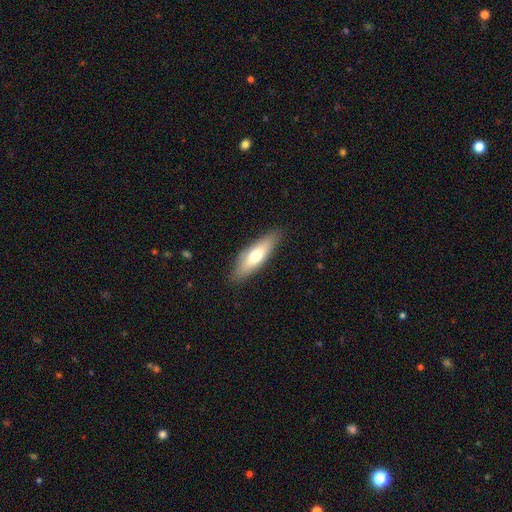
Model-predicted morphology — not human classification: A smooth galaxy with no disk features (62%) that is cigar-shaped (52%).

Vote fractions:
- Smooth or featured? smooth: 62% / featured or disk: 32% / star or artifact: 6%
- How rounded? cigar-shaped: 52% / in between: 46% / round: 2%
- Merging? none: 85% / minor disturbance: 11% / major disturbance: 3% / merger: 1%